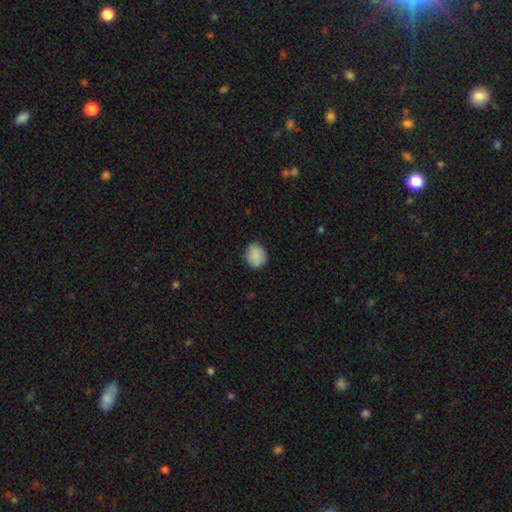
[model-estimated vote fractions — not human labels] smooth 87%, star or artifact 8%, featured or disk 5%. Down the decision tree: how rounded — round (63%); merging — none (82%).